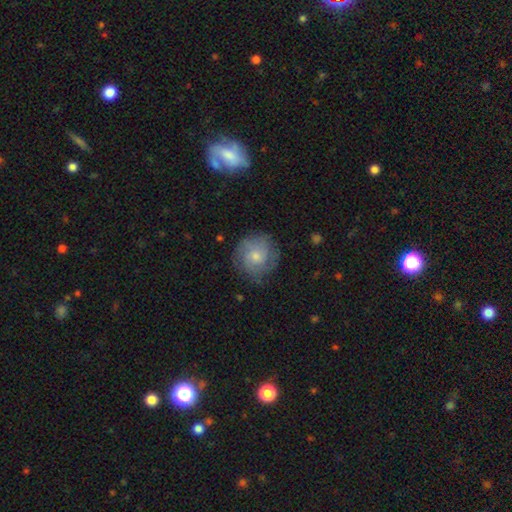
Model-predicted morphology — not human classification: A featured or disk galaxy (51%). Merging: none (77%).